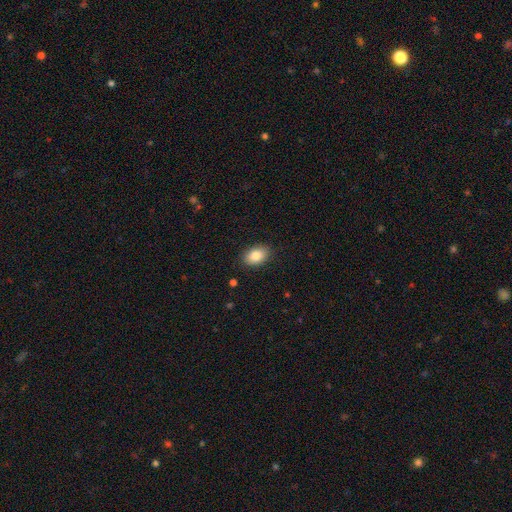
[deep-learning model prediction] Smooth or featured? Predicted: smooth (p=0.84). How rounded? Predicted: in between (p=0.87). Merging? Predicted: none (p=0.88).